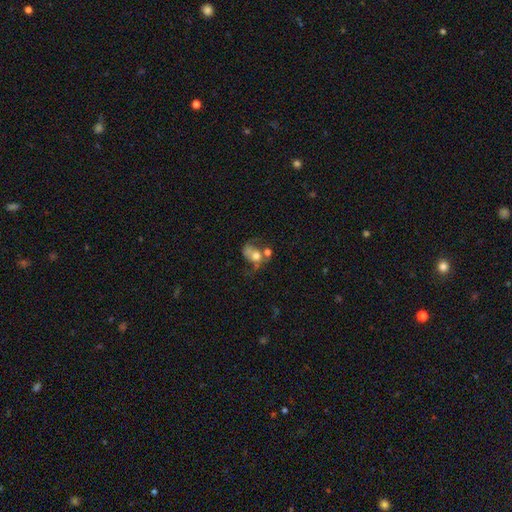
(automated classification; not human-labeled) The model was most divided on "smooth or featured": featured or disk: 45%, smooth: 44%, star or artifact: 12%. Remaining: merging — merger (34%).